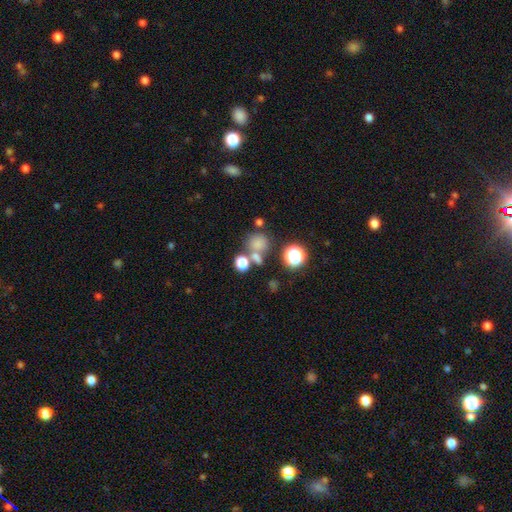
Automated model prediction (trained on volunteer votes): smooth-or-featured: star or artifact: 55% | smooth: 34% | featured or disk: 11%